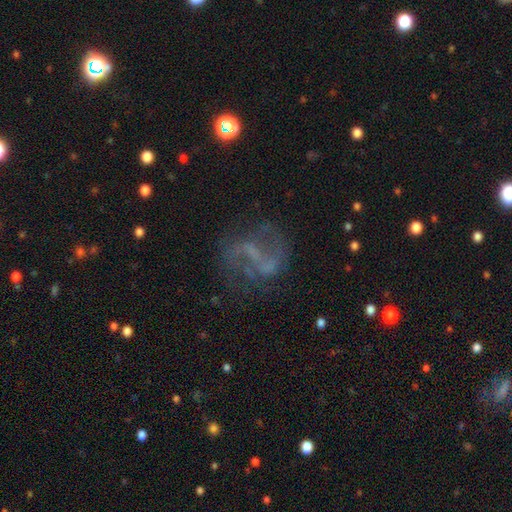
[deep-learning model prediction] smooth-or-featured: featured or disk: 65% | star or artifact: 19% | smooth: 16%
  disk-edge-on: no: 96% | yes: 4%
    bar: weak: 39% | strong: 32% | no: 29%
    has-spiral-arms: yes: 72% | no: 28%
    bulge-size: none: 61% | small: 27% | moderate: 9% | large: 2% | dominant: 1%
  merging: none: 63% | major disturbance: 17% | minor disturbance: 16% | merger: 4%